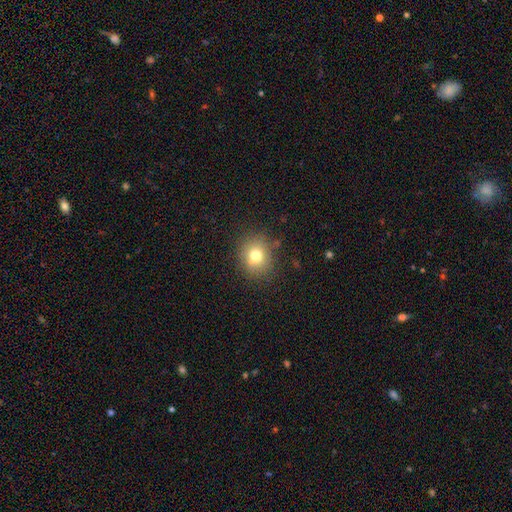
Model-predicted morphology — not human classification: type=smooth (73%); roundness=round (77%); merging=none (79%).